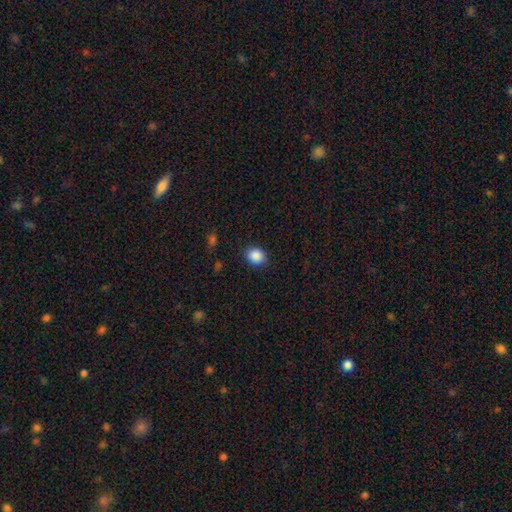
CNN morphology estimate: smooth-or-featured: smooth: 88% | star or artifact: 9% | featured or disk: 3%
  how-rounded: round: 67% | in between: 32% | cigar-shaped: 1%
  merging: none: 88% | minor disturbance: 8% | major disturbance: 3% | merger: 1%